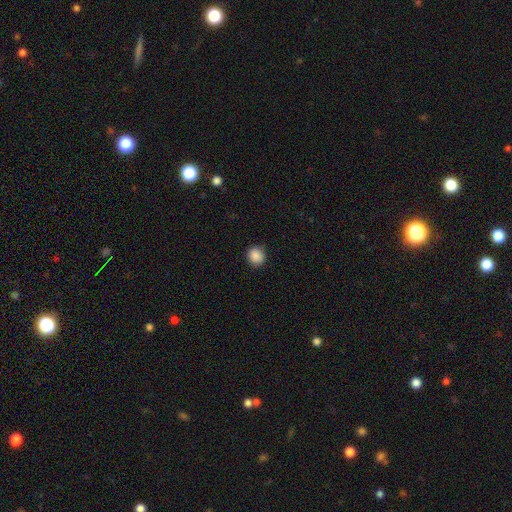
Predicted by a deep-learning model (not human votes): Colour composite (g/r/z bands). It shows a smooth galaxy with no disk features (88%) that is round (84%). Merging: none (87%).